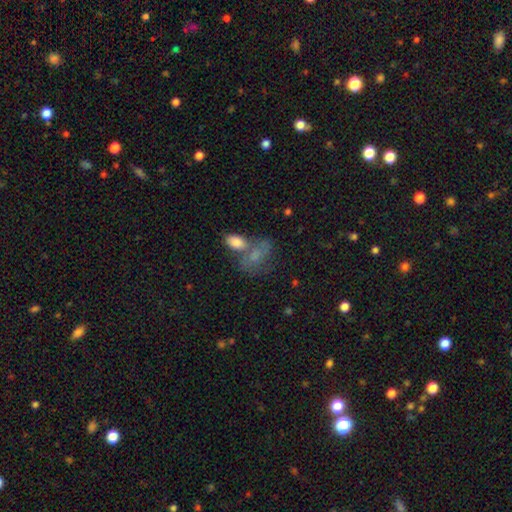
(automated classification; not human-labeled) smooth-or-featured: smooth: 58% | featured or disk: 26% | star or artifact: 17%
  how-rounded: in between: 80% | round: 16% | cigar-shaped: 4%
  merging: merger: 41% | none: 34% | minor disturbance: 15% | major disturbance: 11%